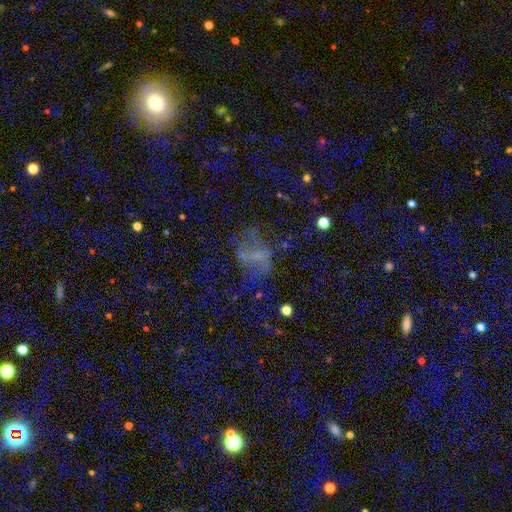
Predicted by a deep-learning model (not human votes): The model was most divided on "merging": none: 39%, major disturbance: 37%, minor disturbance: 17%, merger: 7%. Remaining: smooth or featured — featured or disk (45%).